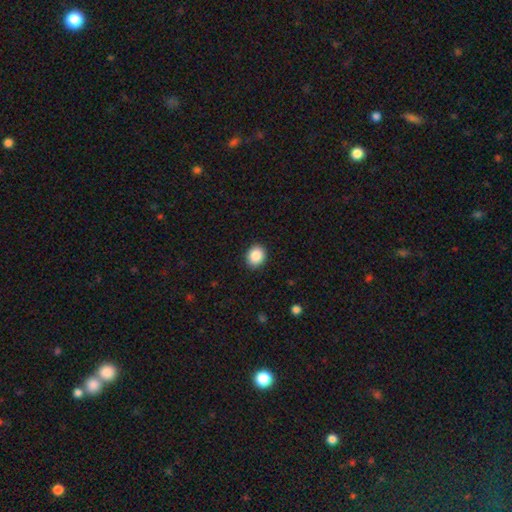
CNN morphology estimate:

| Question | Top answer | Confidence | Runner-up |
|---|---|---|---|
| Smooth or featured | smooth | 87% | star or artifact (9%) |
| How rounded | round | 66% | in between (33%) |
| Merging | none | 90% | minor disturbance (7%) |